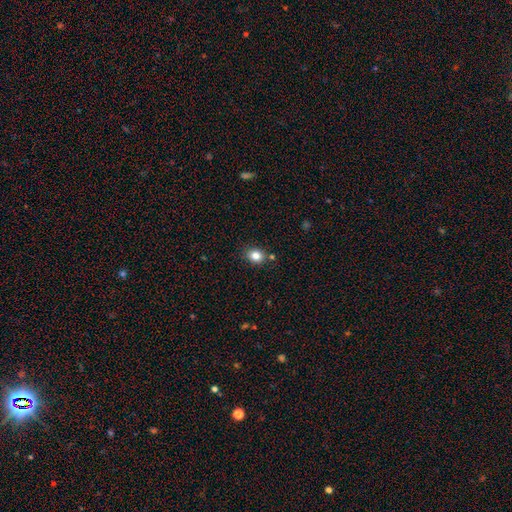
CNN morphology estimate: Q: Smooth or featured?
A: smooth (82%); runner-up: star or artifact (12%)
Q: How rounded?
A: round (62%); runner-up: in between (37%)
Q: Merging?
A: none (82%); runner-up: minor disturbance (11%)